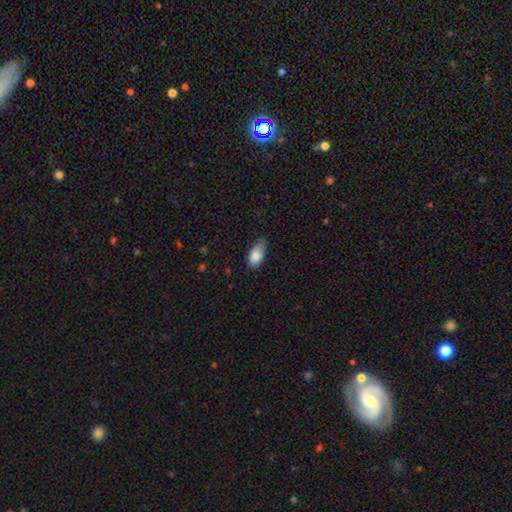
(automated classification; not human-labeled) The model was most divided on "merging": none: 50%, minor disturbance: 40%, major disturbance: 8%, merger: 2%. More confident: how rounded — in between (91%); smooth or featured — smooth (86%).